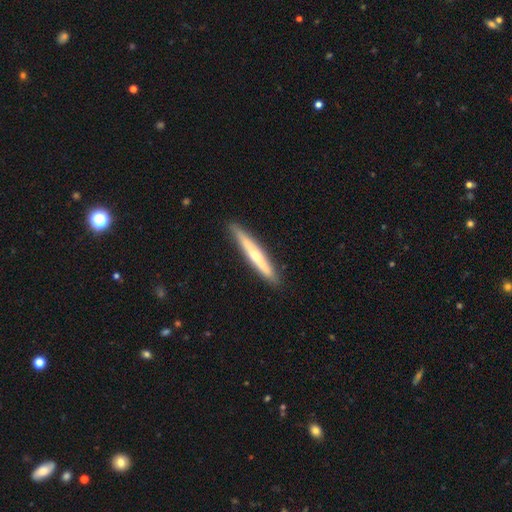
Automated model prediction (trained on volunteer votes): The model was most divided on "smooth or featured": featured or disk: 54%, smooth: 41%, star or artifact: 5%. More confident: edge-on disk — yes (95%); merging — none (89%); edge-on bulge — rounded (70%).